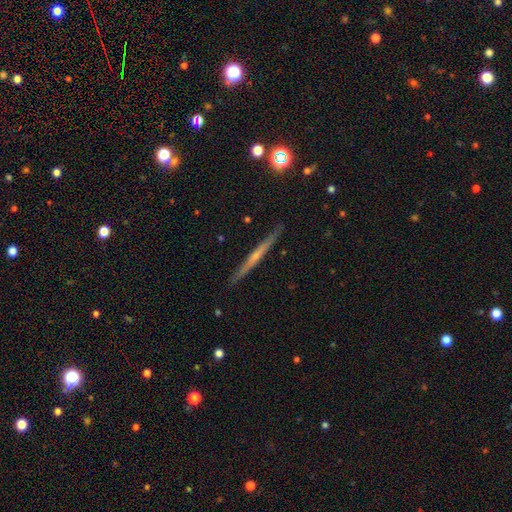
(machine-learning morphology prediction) featured or disk 64%, smooth 29%, star or artifact 7%. Down the decision tree: edge-on disk — yes (98%); edge-on bulge — none (59%); merging — none (91%).